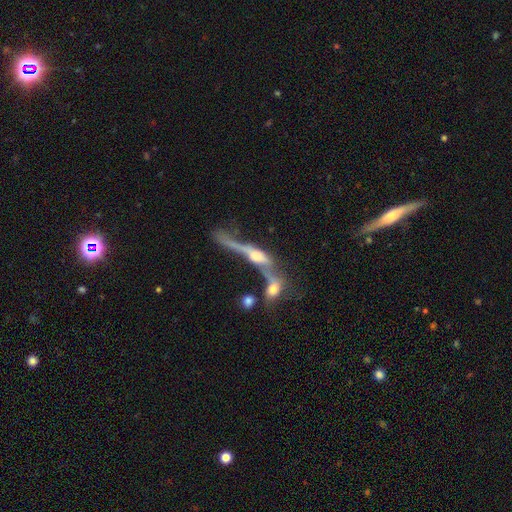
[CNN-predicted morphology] Smooth or featured? Predicted: featured or disk (p=0.72). Edge-on disk? Predicted: yes (p=0.82). Edge-on bulge? Predicted: rounded (p=0.84). Merging? Predicted: merger (p=0.46).